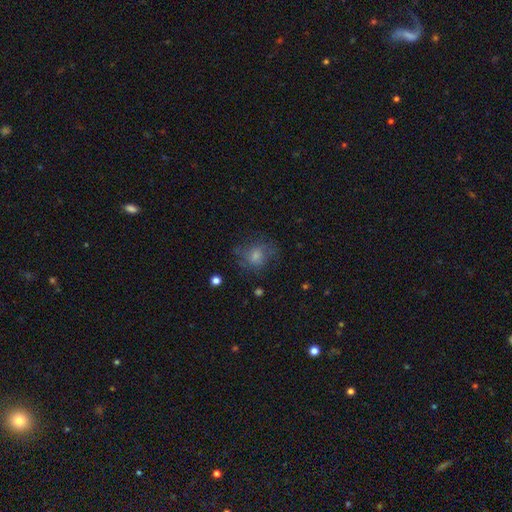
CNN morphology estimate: Smooth or featured: smooth — 50% (featured or disk — 30%)
Merging: none — 66% (minor disturbance — 19%)